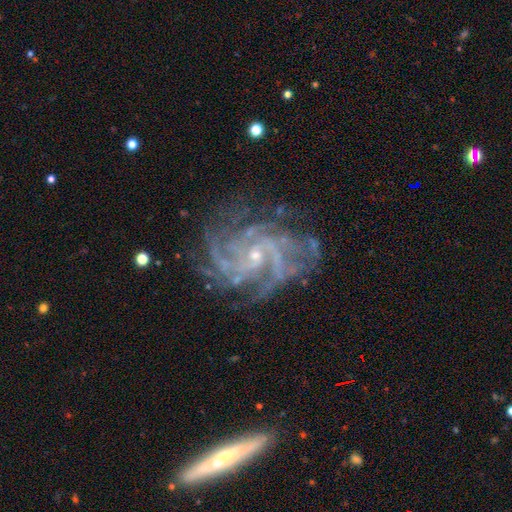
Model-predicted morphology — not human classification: smooth_or_featured: featured or disk (p=0.89) [alt: star or artifact p=0.07]
disk_edge_on: no (p=0.98) [alt: yes p=0.02]
bar: no (p=0.54) [alt: weak p=0.36]
has_spiral_arms: yes (p=0.98) [alt: no p=0.02]
spiral_winding: tight (p=0.52) [alt: medium p=0.40]
spiral_arm_count: 4 (p=0.26) [alt: can't tell p=0.19]
bulge_size: small (p=0.82) [alt: moderate p=0.13]
merging: none (p=0.71) [alt: minor disturbance p=0.17]